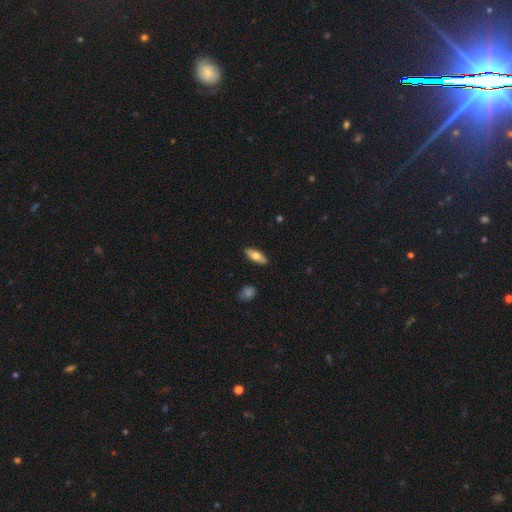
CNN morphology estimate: Overall: smooth (69%). How rounded: in between (67%; cigar-shaped 30%). Merging: none (89%).